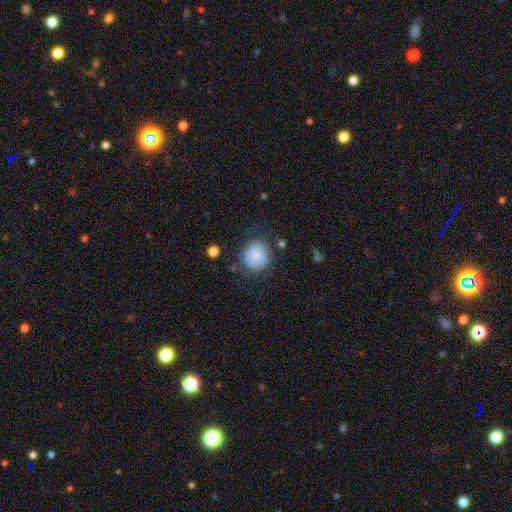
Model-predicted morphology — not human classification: smooth_or_featured: smooth (p=0.80) [alt: featured or disk p=0.13]
how_rounded: round (p=0.79) [alt: in between p=0.20]
merging: none (p=0.68) [alt: minor disturbance p=0.21]